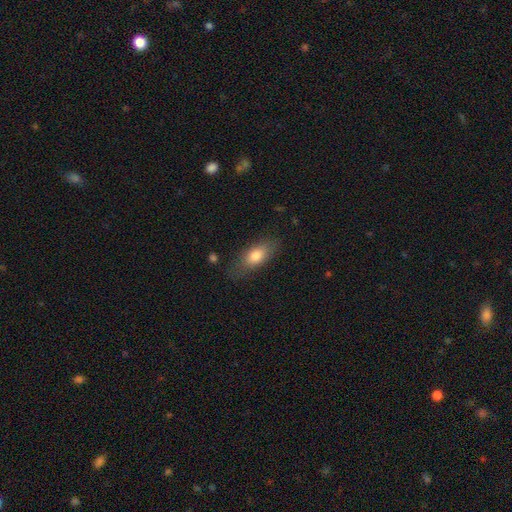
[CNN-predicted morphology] smooth-or-featured: smooth: 78% | featured or disk: 15% | star or artifact: 7%
  how-rounded: in between: 82% | cigar-shaped: 13% | round: 5%
  merging: none: 75% | minor disturbance: 18% | major disturbance: 5% | merger: 2%